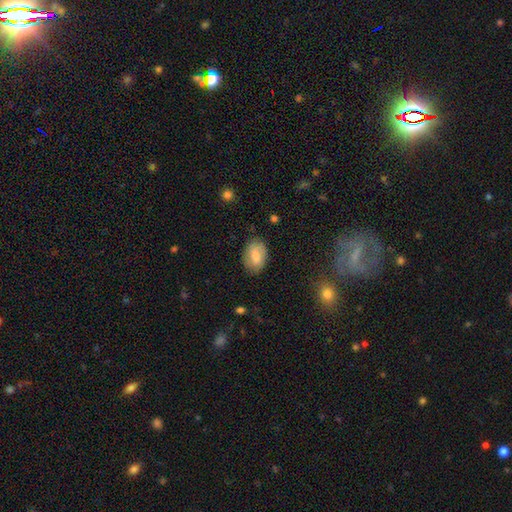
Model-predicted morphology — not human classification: Smooth or featured: smooth — 66% (featured or disk — 26%)
How rounded: in between — 86% (round — 12%)
Merging: none — 78% (minor disturbance — 16%)